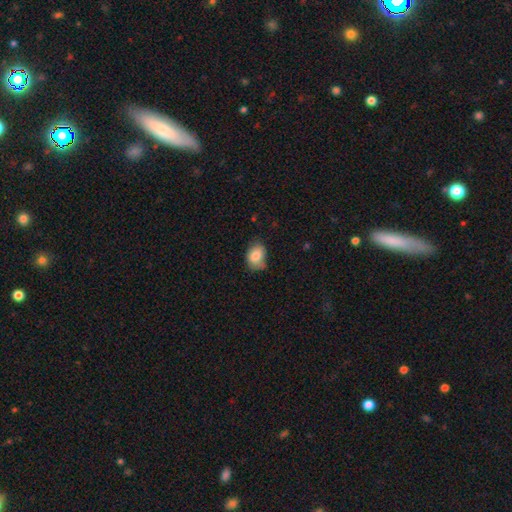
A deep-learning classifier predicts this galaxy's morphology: Overall: smooth (83%). How rounded: in between (69%; round 30%). Merging: none (57%; minor disturbance 33%).